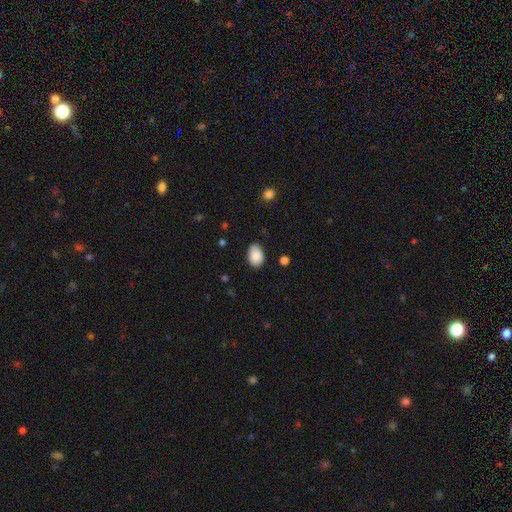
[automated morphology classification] This is clearly a smooth galaxy (88%). How rounded: clearly in between (88%). Merging: likely none (77%).